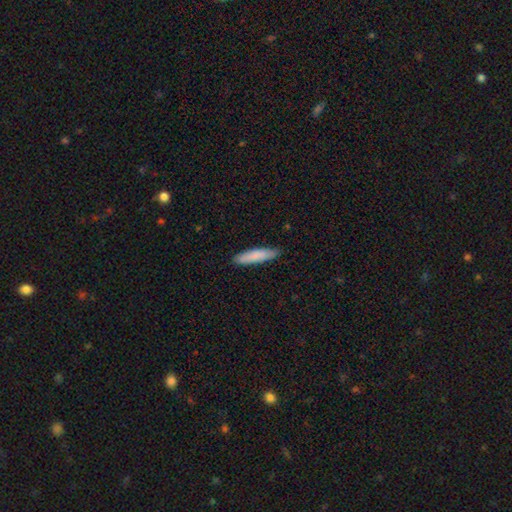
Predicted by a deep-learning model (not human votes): smooth 85%, featured or disk 10%, star or artifact 5%. Down the decision tree: how rounded — cigar-shaped (84%); merging — none (88%).